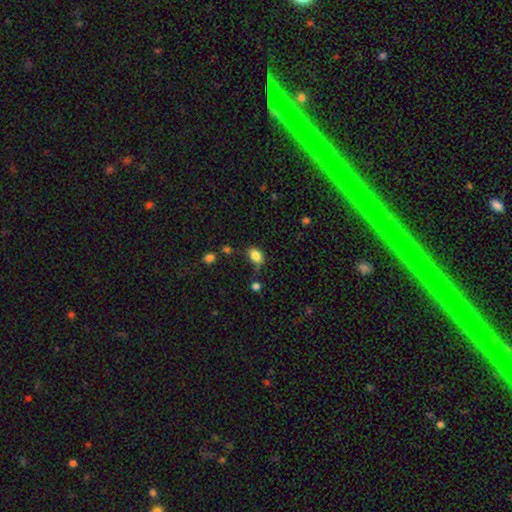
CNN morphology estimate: Overall: smooth (85%). How rounded: in between (81%). Merging: none (69%).